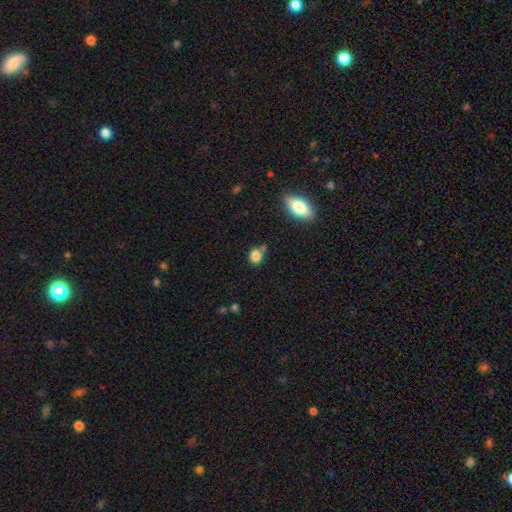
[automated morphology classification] This appears to be a smooth galaxy with no disk features (82%) that is round (64%). Merging: none (60%).